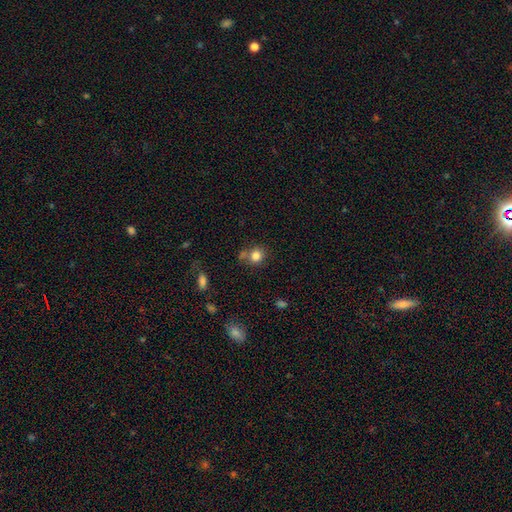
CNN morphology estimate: smooth 82%, star or artifact 11%, featured or disk 7%. Down the decision tree: how rounded — round (82%); merging — none (63%).